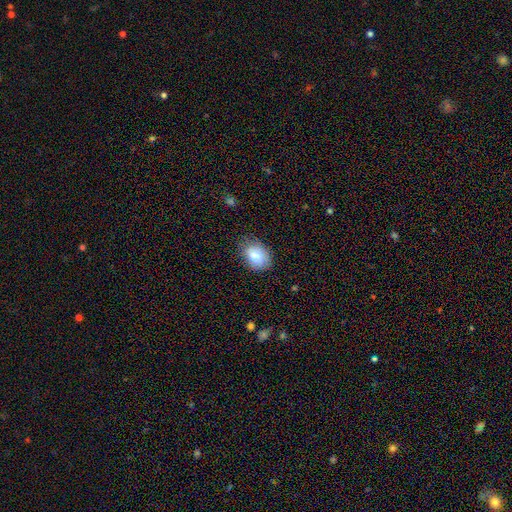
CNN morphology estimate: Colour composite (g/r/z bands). It shows a smooth galaxy with no disk features (83%) that is in between round and cigar-shaped (78%). Merging: none (72%).